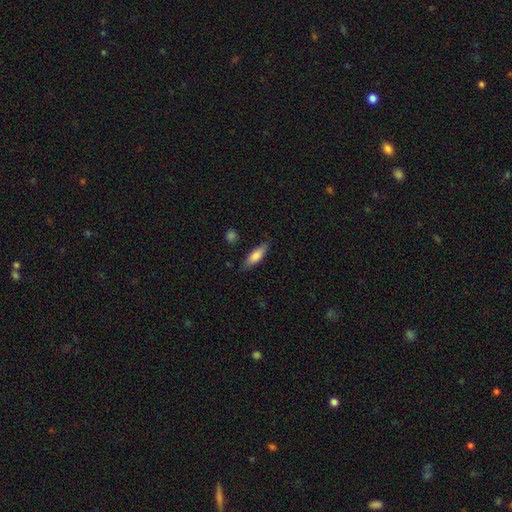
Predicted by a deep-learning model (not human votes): Q: Smooth or featured?
A: smooth (78%); runner-up: featured or disk (16%)
Q: How rounded?
A: in between (52%); runner-up: cigar-shaped (46%)
Q: Merging?
A: none (81%); runner-up: minor disturbance (14%)